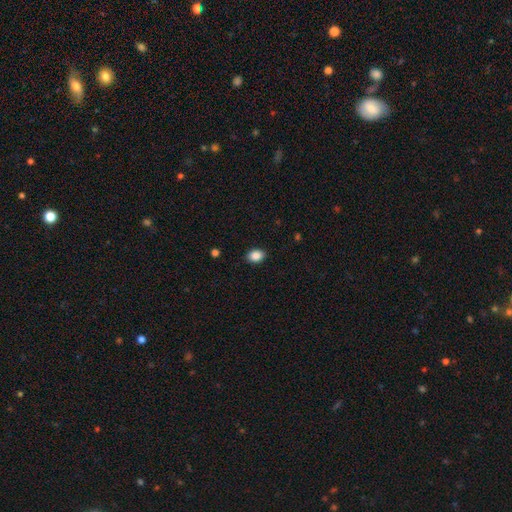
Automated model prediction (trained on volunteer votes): The model was most divided on "how rounded": in between: 70%, round: 29%, cigar-shaped: 1%. More confident: merging — none (89%); smooth or featured — smooth (88%).